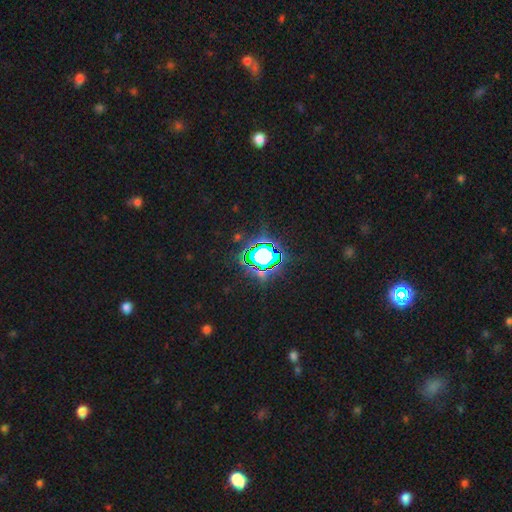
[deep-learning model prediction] This is likely a star or artifact rather than a galaxy (75%).